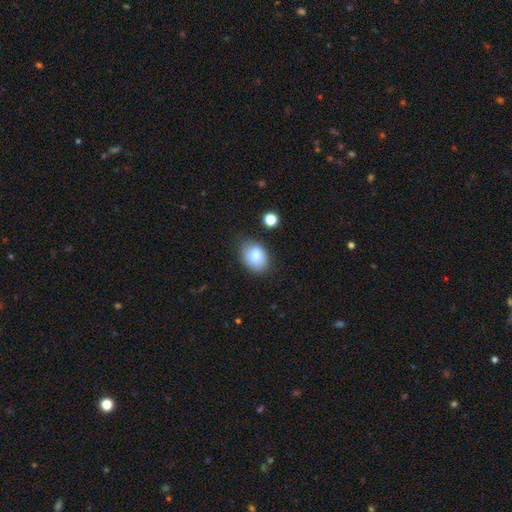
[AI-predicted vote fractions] A smooth galaxy with no disk features (82%) that is in between round and cigar-shaped (77%).

Vote fractions:
- Smooth or featured? smooth: 82% / featured or disk: 10% / star or artifact: 8%
- How rounded? in between: 77% / round: 22% / cigar-shaped: 1%
- Merging? none: 70% / minor disturbance: 22% / major disturbance: 4% / merger: 3%